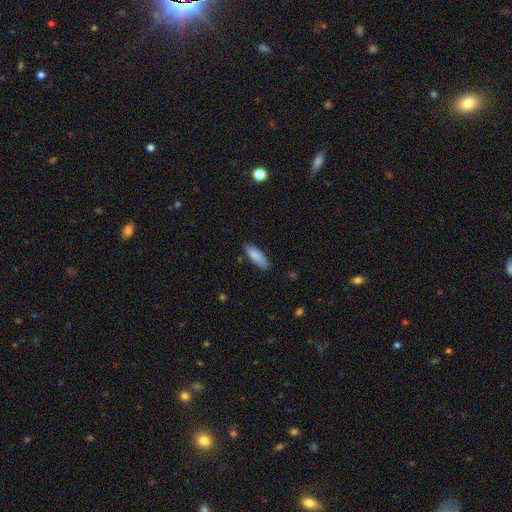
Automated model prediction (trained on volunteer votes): This appears to be a smooth galaxy with no disk features (86%) that is in between round and cigar-shaped (63%). Merging: none (80%).